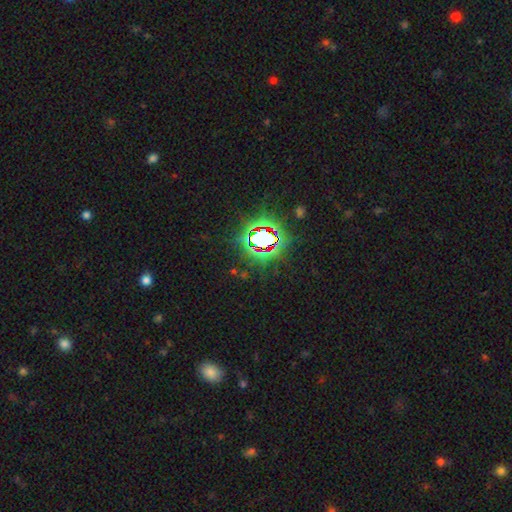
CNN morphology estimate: type=star or artifact (80%).